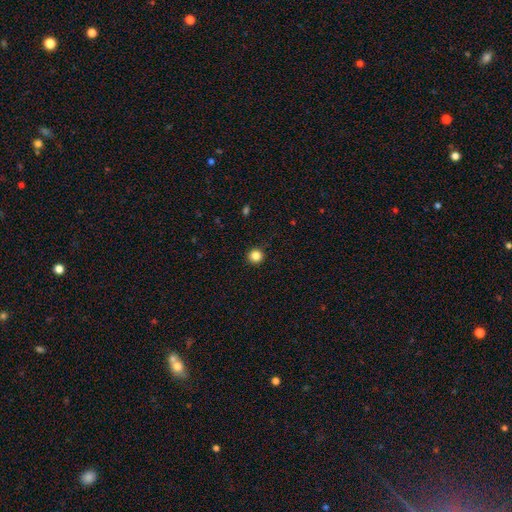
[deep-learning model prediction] A smooth galaxy with no disk features (85%) that is round (95%). Merging: none (93%).